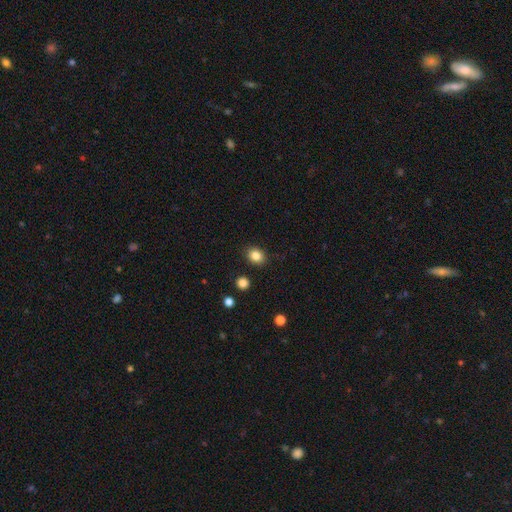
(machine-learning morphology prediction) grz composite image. It shows a smooth galaxy with no disk features (85%) that is round (58%). Merging: none (88%).